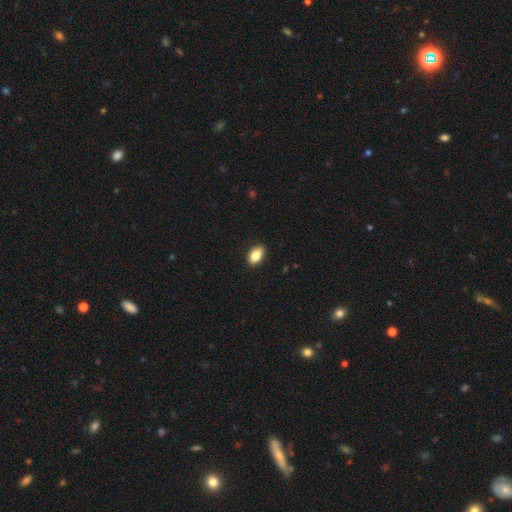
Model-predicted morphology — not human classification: A smooth galaxy with no disk features (84%) that is in between round and cigar-shaped (88%).

Vote fractions:
- Smooth or featured? smooth: 84% / featured or disk: 9% / star or artifact: 8%
- How rounded? in between: 88% / round: 10% / cigar-shaped: 2%
- Merging? none: 89% / minor disturbance: 8% / major disturbance: 2% / merger: 1%